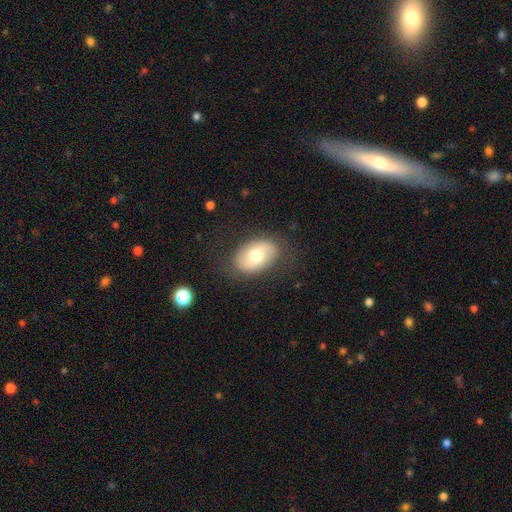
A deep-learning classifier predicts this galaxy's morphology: Q: Smooth or featured?
A: smooth (63%); runner-up: featured or disk (30%)
Q: How rounded?
A: in between (86%); runner-up: round (13%)
Q: Merging?
A: none (80%); runner-up: minor disturbance (14%)